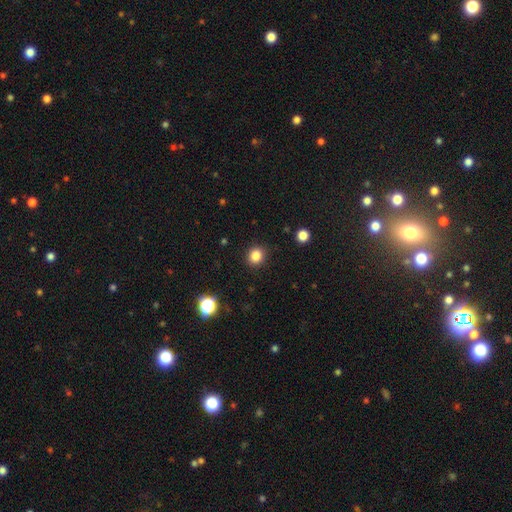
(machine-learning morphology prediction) This is clearly a smooth galaxy (84%). How rounded: likely round (80%). Merging: clearly none (90%).